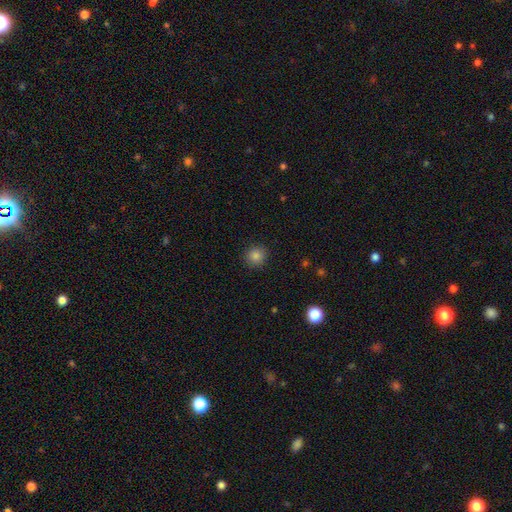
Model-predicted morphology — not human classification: smooth-or-featured: smooth: 84% | star or artifact: 12% | featured or disk: 4%
  how-rounded: round: 91% | in between: 8% | cigar-shaped: 1%
  merging: none: 91% | minor disturbance: 6% | major disturbance: 2% | merger: 1%